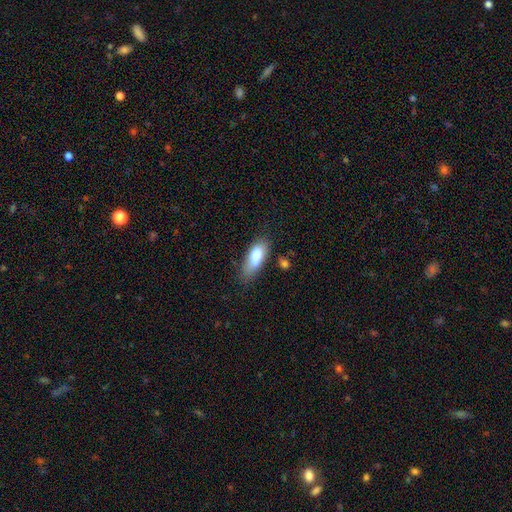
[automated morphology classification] The model was most divided on "merging": none: 56%, minor disturbance: 30%, major disturbance: 10%, merger: 5%. More confident: smooth or featured — smooth (80%); how rounded — in between (74%).